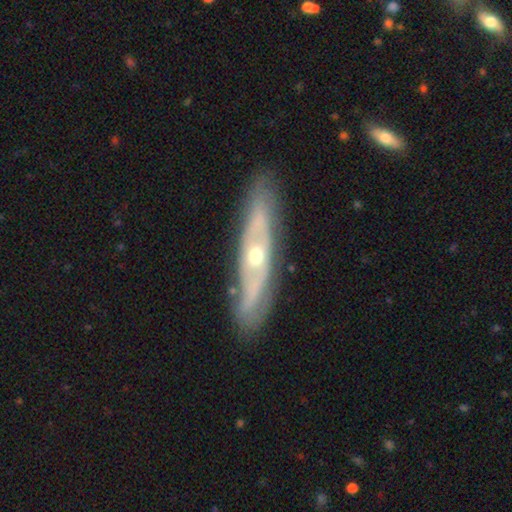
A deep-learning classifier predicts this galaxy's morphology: smooth_or_featured: featured or disk (p=0.76) [alt: smooth p=0.19]
disk_edge_on: no (p=0.59) [alt: yes p=0.41]
merging: none (p=0.83) [alt: minor disturbance p=0.12]